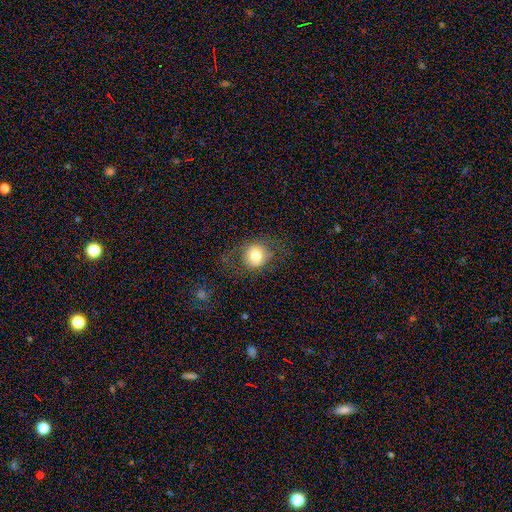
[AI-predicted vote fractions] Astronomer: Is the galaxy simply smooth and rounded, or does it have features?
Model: smooth — 70%.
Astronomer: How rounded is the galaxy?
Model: round — 84%.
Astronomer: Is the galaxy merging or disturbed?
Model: none — 72%.